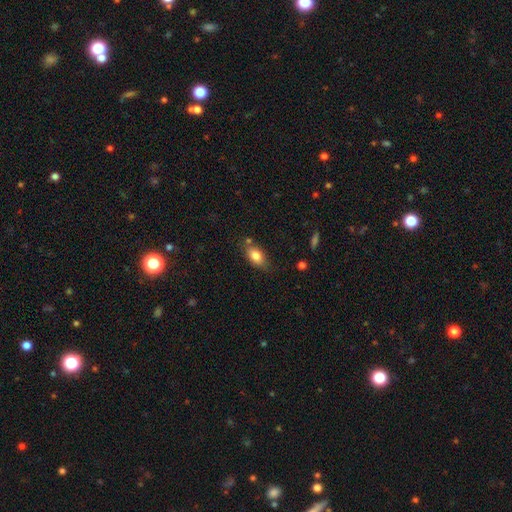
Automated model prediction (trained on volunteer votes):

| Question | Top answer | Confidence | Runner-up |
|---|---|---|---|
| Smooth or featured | smooth | 81% | featured or disk (11%) |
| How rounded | in between | 86% | round (8%) |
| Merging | none | 70% | minor disturbance (19%) |